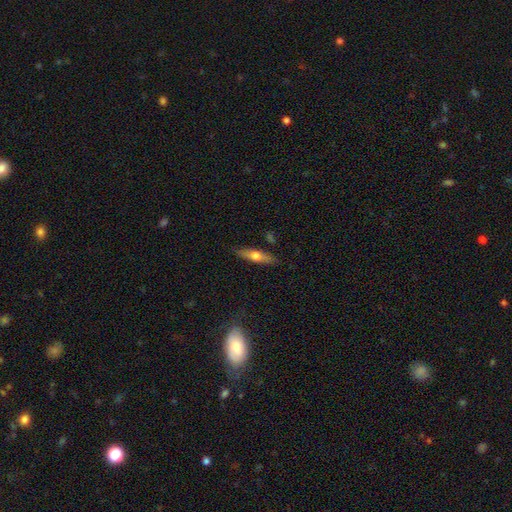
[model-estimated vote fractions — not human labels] Smooth or featured: featured or disk — 48% (smooth — 46%)
Merging: none — 86% (minor disturbance — 10%)